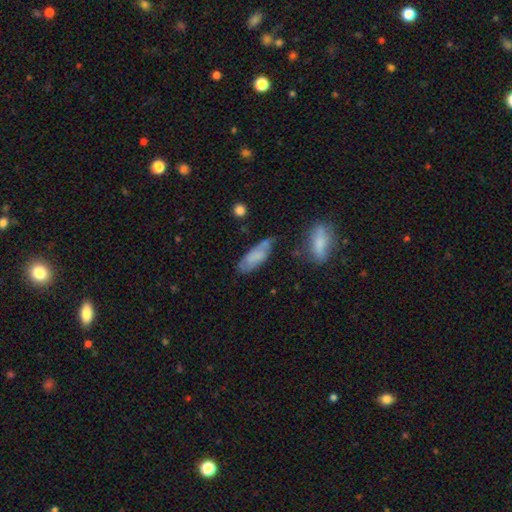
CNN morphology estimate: Smooth or featured?
  - smooth: 69% *
  - featured or disk: 23%
  - star or artifact: 8%
How rounded?
  - in between: 67% *
  - cigar-shaped: 31%
  - round: 2%
Merging?
  - none: 57% *
  - minor disturbance: 29%
  - major disturbance: 9%
  - merger: 6%